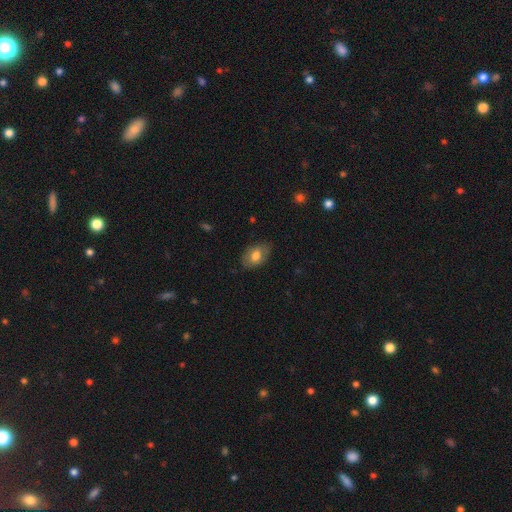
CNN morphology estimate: Smooth or featured? Predicted: smooth (p=0.73). How rounded? Predicted: in between (p=0.87). Merging? Predicted: none (p=0.79).